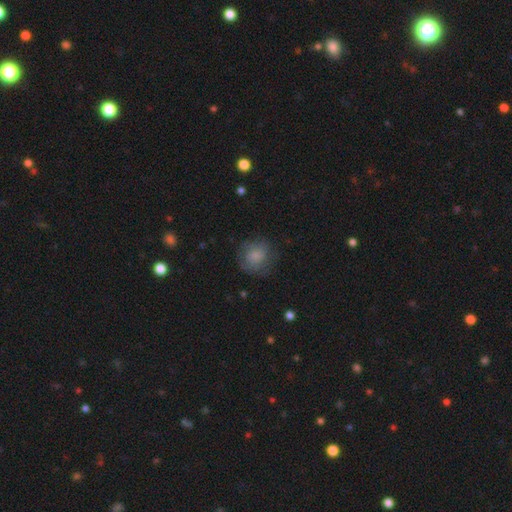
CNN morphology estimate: The model was most divided on "merging": none: 72%, minor disturbance: 19%, major disturbance: 9%, merger: 1%. More confident: how rounded — round (86%); smooth or featured — smooth (75%).